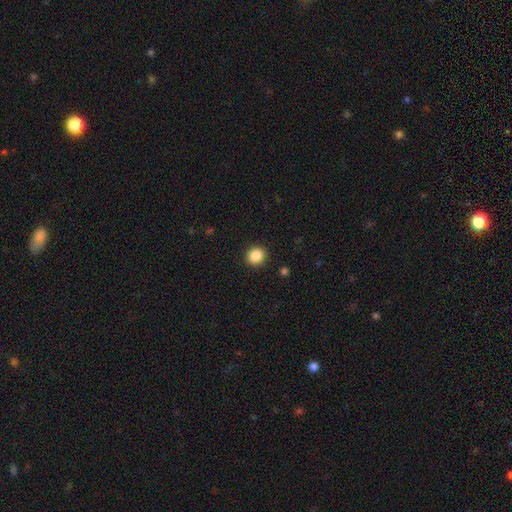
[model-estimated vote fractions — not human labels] Morphology: type=smooth (87%); roundness=round (83%); merging=none (92%).